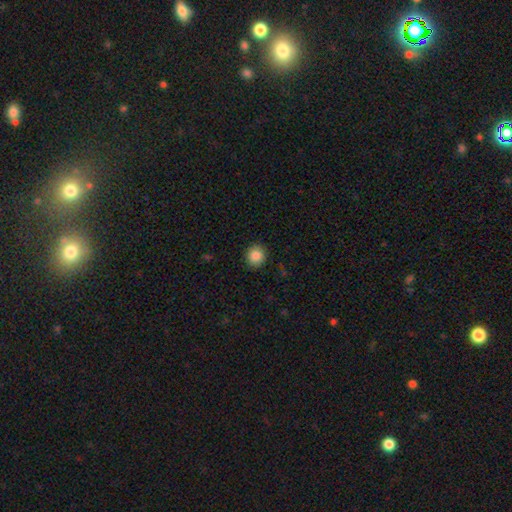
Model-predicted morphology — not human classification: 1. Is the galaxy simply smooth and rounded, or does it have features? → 86% smooth, 9% star or artifact, 5% featured or disk.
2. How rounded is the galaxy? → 88% round, 11% in between, 1% cigar-shaped.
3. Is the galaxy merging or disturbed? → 91% none, 6% minor disturbance, 2% major disturbance, 1% merger.